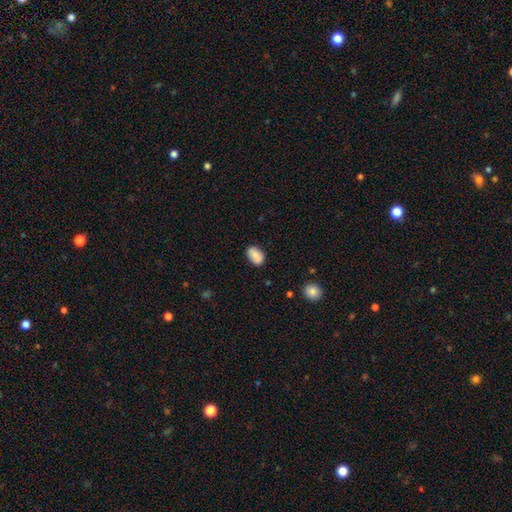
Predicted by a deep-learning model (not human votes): A smooth galaxy with no disk features (80%) that is in between round and cigar-shaped (87%).

Vote fractions:
- Smooth or featured? smooth: 80% / featured or disk: 12% / star or artifact: 8%
- How rounded? in between: 87% / round: 11% / cigar-shaped: 2%
- Merging? none: 65% / minor disturbance: 18% / merger: 12% / major disturbance: 4%